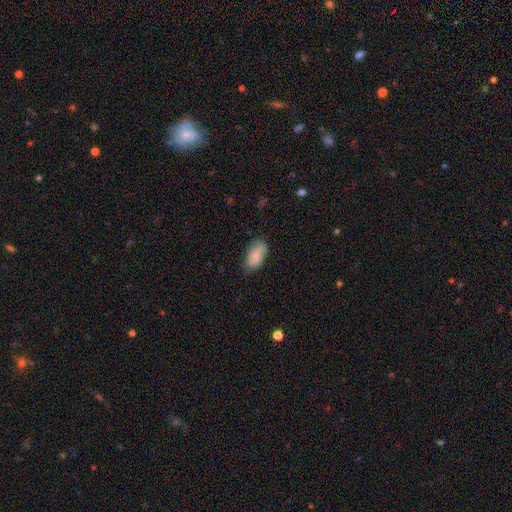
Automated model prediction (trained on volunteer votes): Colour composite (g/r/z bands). It shows a smooth galaxy with no disk features (77%) that is in between round and cigar-shaped (94%). Merging: none (71%).